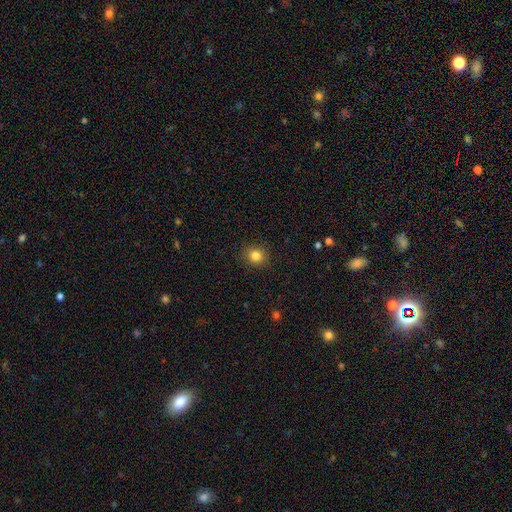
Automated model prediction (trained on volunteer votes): This appears to be a smooth galaxy with no disk features (83%) that is round (79%). Merging: none (89%).